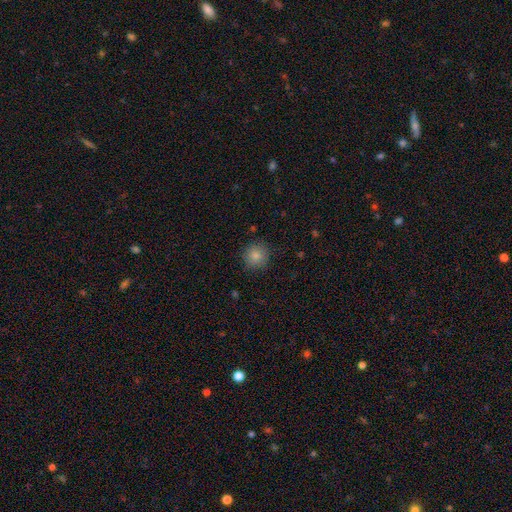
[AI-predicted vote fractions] Morphology: type=smooth (84%); roundness=round (92%); merging=none (88%).